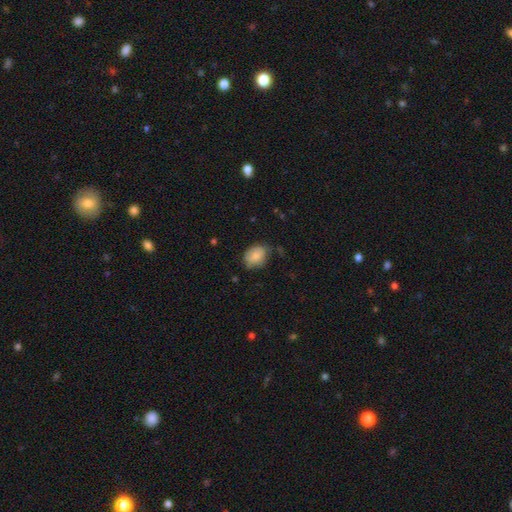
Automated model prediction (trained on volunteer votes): The model was most divided on "how rounded": in between: 58%, round: 41%, cigar-shaped: 1%. More confident: smooth or featured — smooth (77%); merging — none (59%).